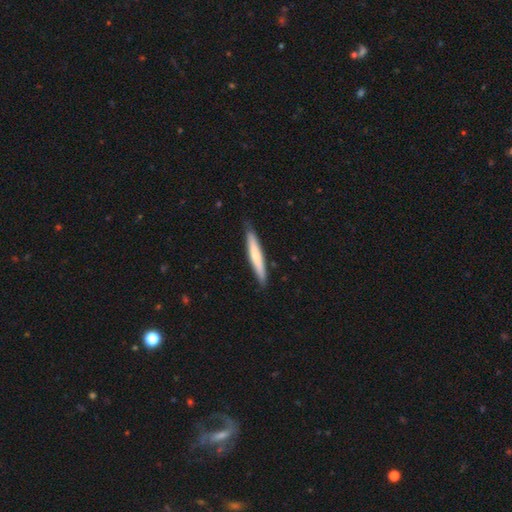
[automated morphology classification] smooth_or_featured: smooth (p=0.61) [alt: featured or disk p=0.34]
how_rounded: cigar-shaped (p=0.93) [alt: in between p=0.05]
merging: none (p=0.85) [alt: minor disturbance p=0.12]